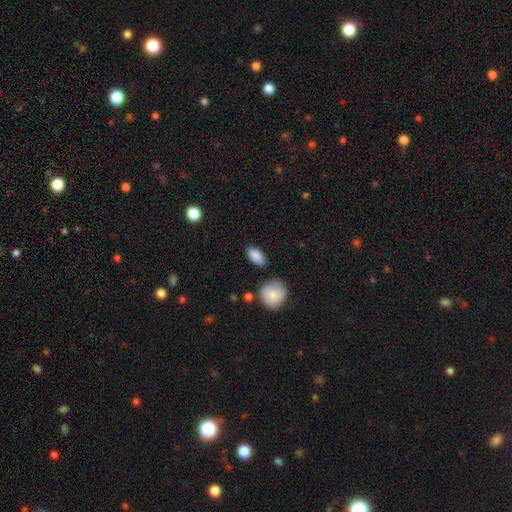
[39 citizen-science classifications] Morphology: type=smooth (97%); roundness=in between (87%); merging=none (84%).